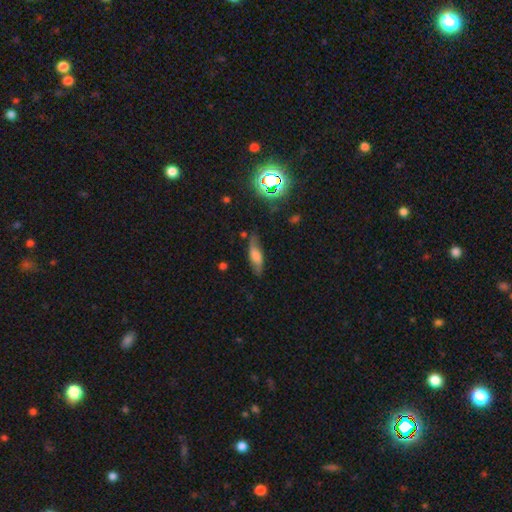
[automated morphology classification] Overall: smooth (57%; featured or disk 32%). How rounded: in between (51%; cigar-shaped 46%). Merging: none (71%).